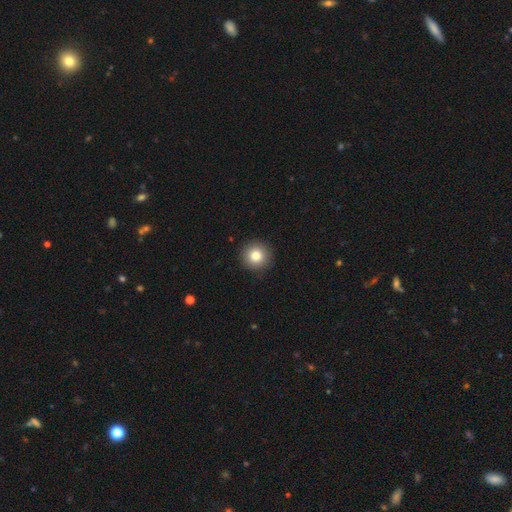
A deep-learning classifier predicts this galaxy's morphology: type=smooth (83%); roundness=round (95%); merging=none (92%).